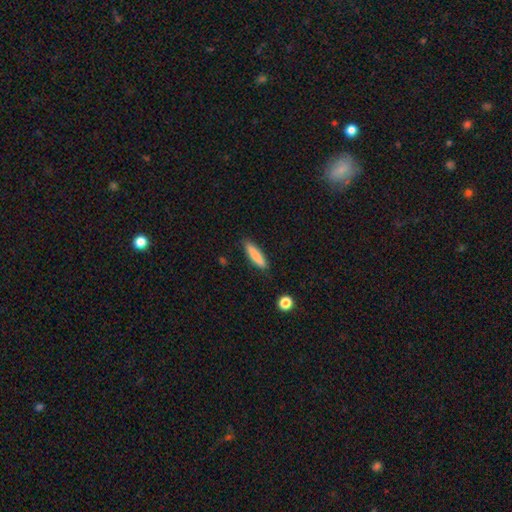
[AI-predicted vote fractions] A smooth galaxy with no disk features (78%) that is cigar-shaped (79%).

Vote fractions:
- Smooth or featured? smooth: 78% / featured or disk: 15% / star or artifact: 6%
- How rounded? cigar-shaped: 79% / in between: 19% / round: 2%
- Merging? none: 86% / minor disturbance: 10% / major disturbance: 2% / merger: 2%